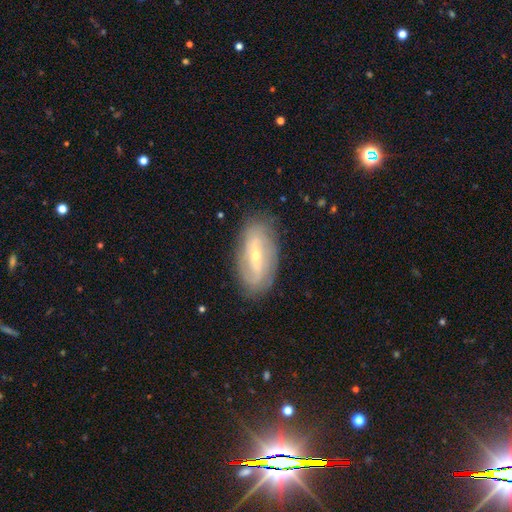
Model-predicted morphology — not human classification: A featured or disk galaxy (74%) with a strong bar (38%, tied with weak), spiral arms (74%) and a small central bulge (69%).

Vote fractions:
- Smooth or featured? featured or disk: 74% / smooth: 19% / star or artifact: 7%
- Edge-on disk? no: 88% / yes: 12%
- Bar? strong: 38% (tied) / weak: 38% (tied) / no: 24%
- Spiral arms? yes: 74% / no: 26%
- Bulge size? small: 69% / moderate: 28% / large: 1% / none: 1% / dominant: 1%
- Merging? none: 82% / minor disturbance: 13% / major disturbance: 4% / merger: 1%